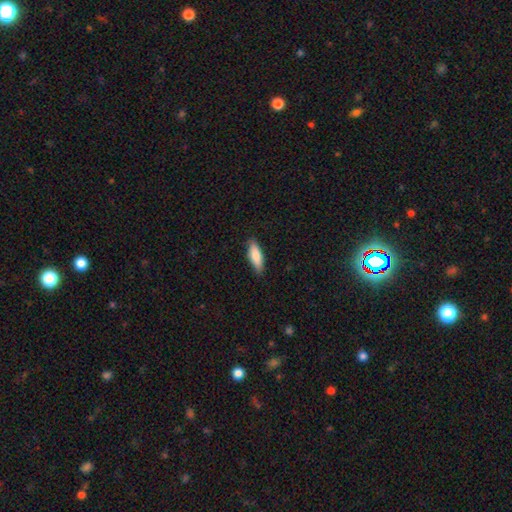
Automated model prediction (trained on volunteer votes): Morphology: type=smooth (82%); roundness=in between (54%); merging=none (86%).